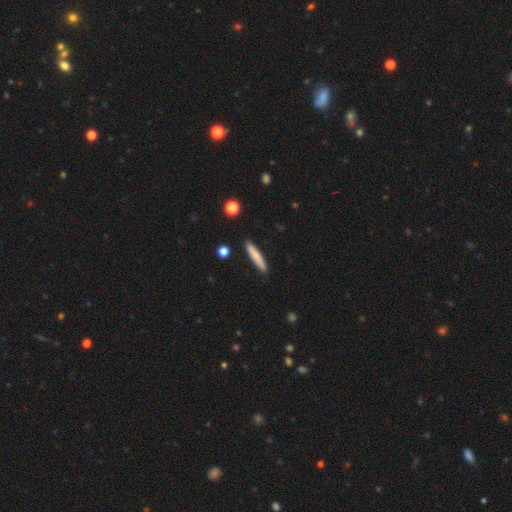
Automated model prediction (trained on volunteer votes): Q: Smooth or featured?
A: smooth (75%); runner-up: featured or disk (19%)
Q: How rounded?
A: cigar-shaped (92%); runner-up: in between (7%)
Q: Merging?
A: none (89%); runner-up: minor disturbance (8%)